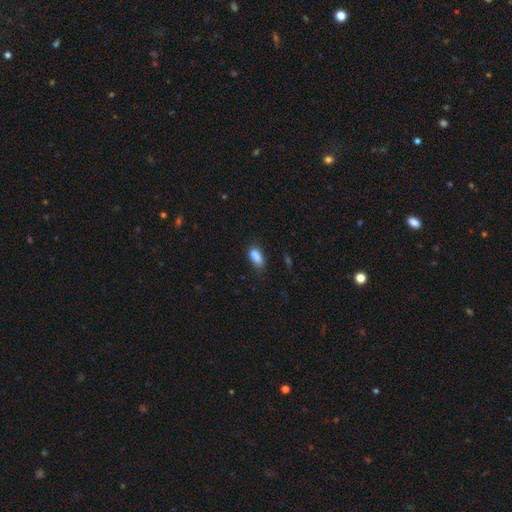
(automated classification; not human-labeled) A smooth galaxy with no disk features (80%) that is in between round and cigar-shaped (81%). Merging: none (47%).